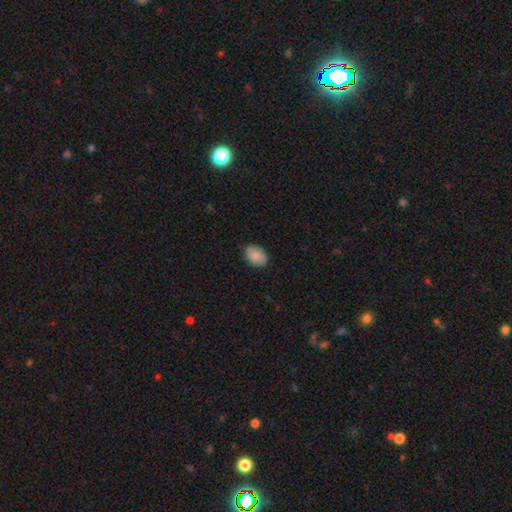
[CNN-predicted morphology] Q: Smooth or featured?
A: smooth (85%); runner-up: featured or disk (8%)
Q: How rounded?
A: in between (81%); runner-up: round (18%)
Q: Merging?
A: none (84%); runner-up: minor disturbance (13%)